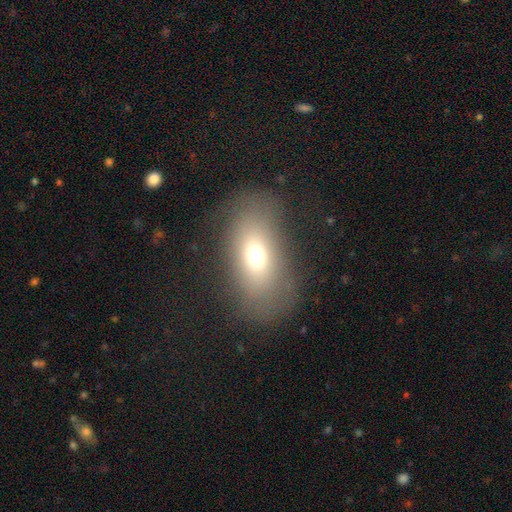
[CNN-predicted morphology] Q: Smooth or featured?
A: smooth (66%); runner-up: featured or disk (18%)
Q: How rounded?
A: in between (80%); runner-up: round (17%)
Q: Merging?
A: none (76%); runner-up: minor disturbance (12%)